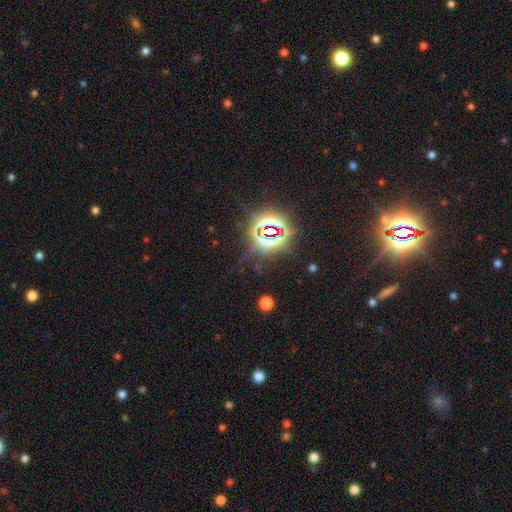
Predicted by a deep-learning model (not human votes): Overall: star or artifact (83%).